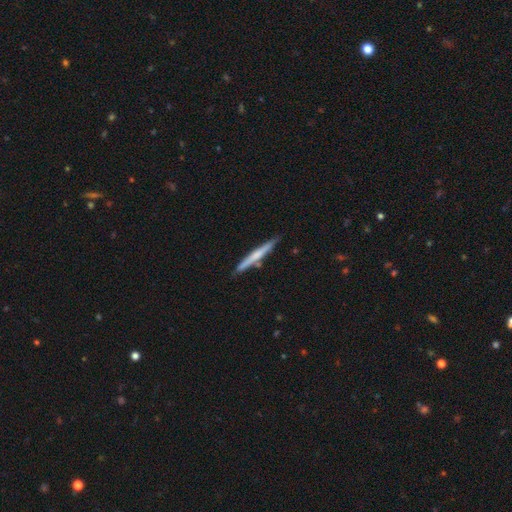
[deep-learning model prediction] Smooth or featured? smooth (47%, tied with featured or disk)
Merging? none (84%)